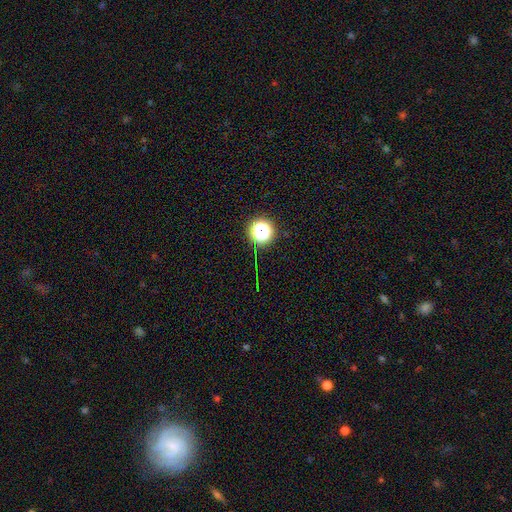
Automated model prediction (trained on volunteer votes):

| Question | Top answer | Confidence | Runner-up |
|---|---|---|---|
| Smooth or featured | star or artifact | 72% | smooth (21%) |